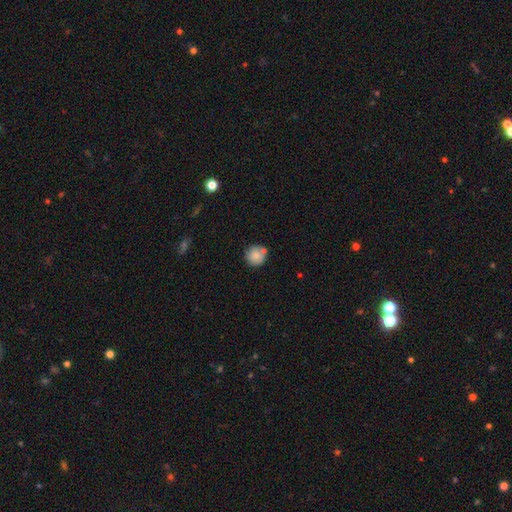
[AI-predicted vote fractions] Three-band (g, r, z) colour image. It shows a smooth galaxy with no disk features (85%) that is round (94%). Merging: none (73%).